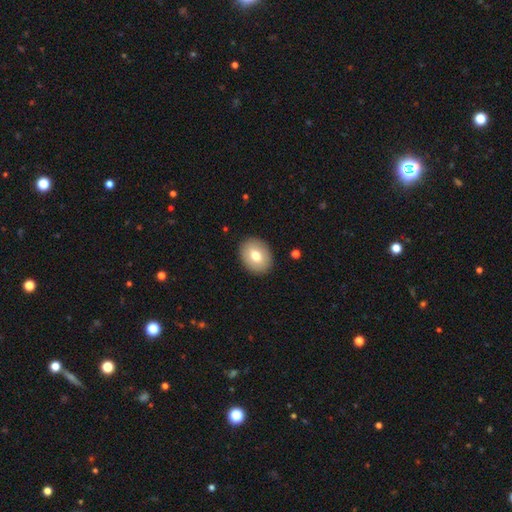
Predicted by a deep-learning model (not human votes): The model was most divided on "how rounded": in between: 53%, round: 46%, cigar-shaped: 1%. More confident: merging — none (90%); smooth or featured — smooth (73%).